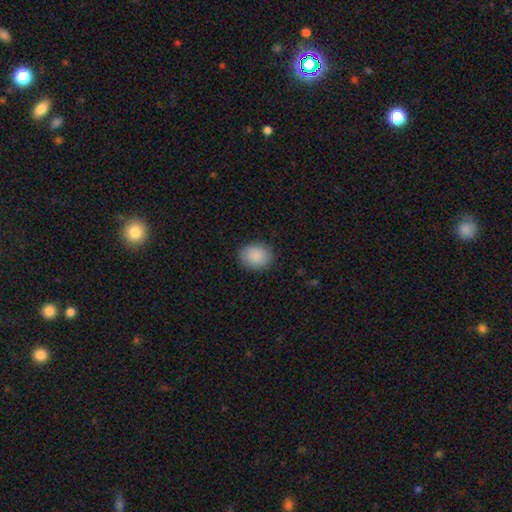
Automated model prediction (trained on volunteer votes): Overall: smooth (89%). How rounded: in between (54%; round 45%). Merging: none (88%).